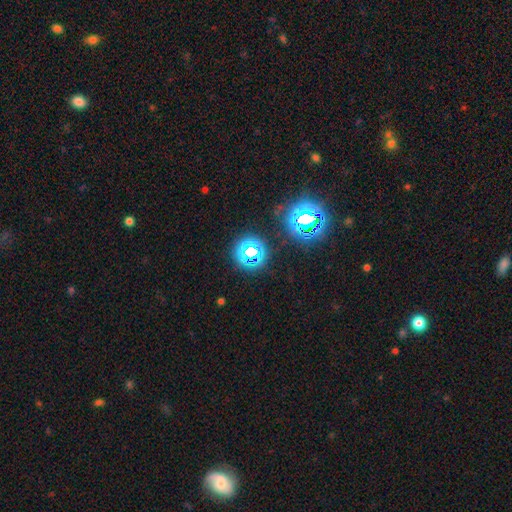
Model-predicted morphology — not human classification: smooth-or-featured: star or artifact: 67% | smooth: 27% | featured or disk: 6%